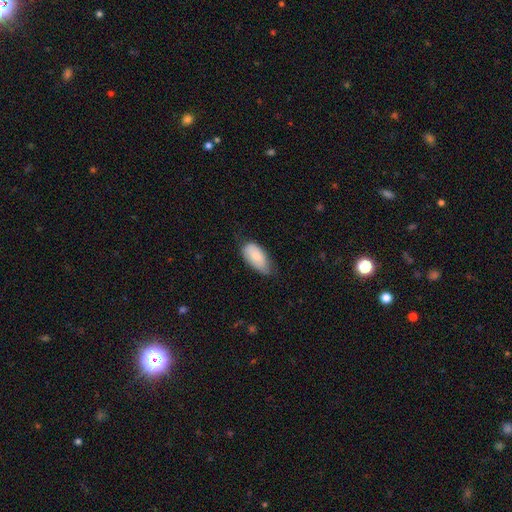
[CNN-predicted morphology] smooth_or_featured: smooth (p=0.80) [alt: featured or disk p=0.14]
how_rounded: in between (p=0.94) [alt: cigar-shaped p=0.03]
merging: none (p=0.50) [alt: minor disturbance p=0.41]